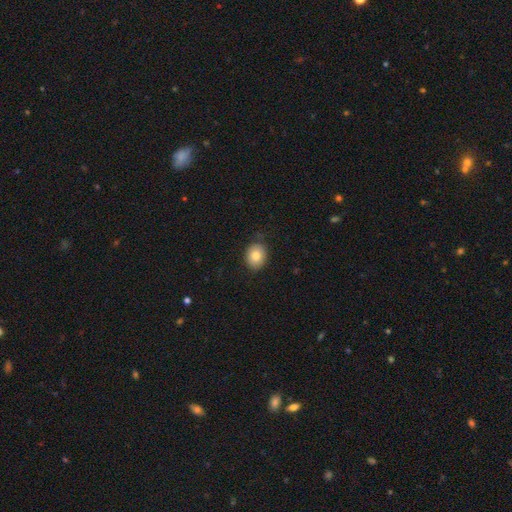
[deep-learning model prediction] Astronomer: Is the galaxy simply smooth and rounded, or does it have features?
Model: smooth — 82%.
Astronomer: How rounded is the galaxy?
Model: in between — 51% (runner-up: round, 48%).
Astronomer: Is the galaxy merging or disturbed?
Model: none — 84%.